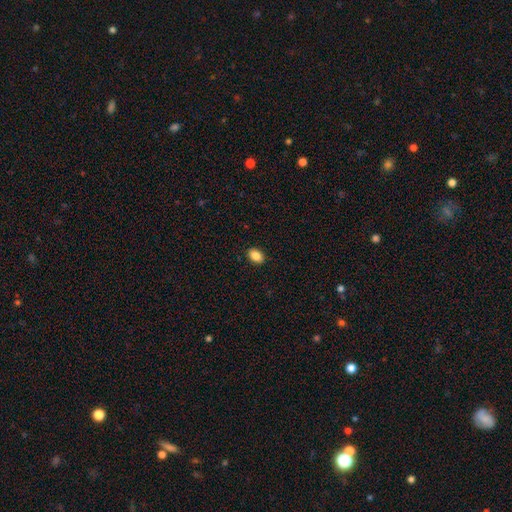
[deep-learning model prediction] Overall: smooth (88%). How rounded: in between (83%). Merging: none (90%).